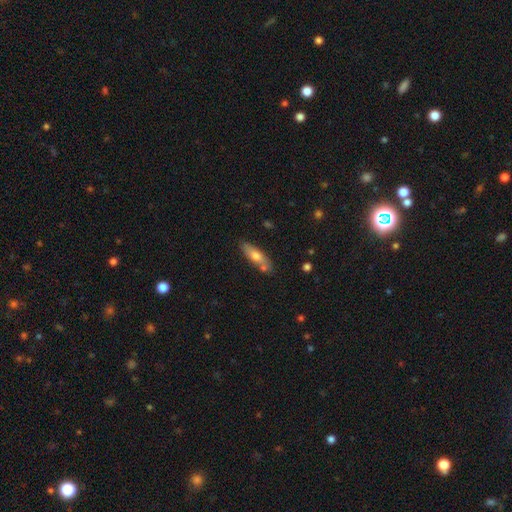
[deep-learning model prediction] This is likely a smooth galaxy (63%). How rounded: possibly cigar-shaped (54%). Merging: likely none (72%).